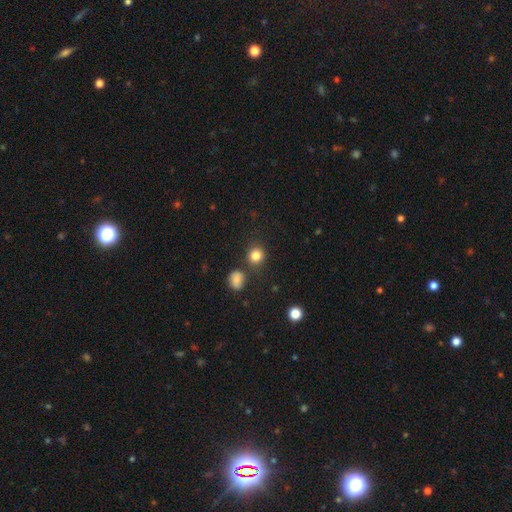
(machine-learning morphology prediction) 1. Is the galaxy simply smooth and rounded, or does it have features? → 83% smooth, 12% star or artifact, 5% featured or disk.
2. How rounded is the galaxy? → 86% round, 13% in between, 1% cigar-shaped.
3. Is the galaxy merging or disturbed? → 80% none, 9% minor disturbance, 8% merger, 3% major disturbance.